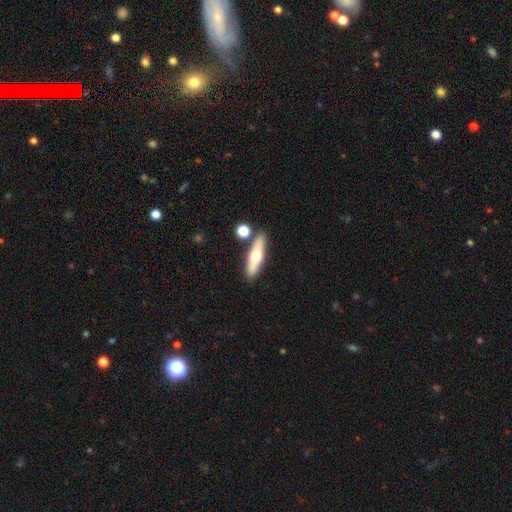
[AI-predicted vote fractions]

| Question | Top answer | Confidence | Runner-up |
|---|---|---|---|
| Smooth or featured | smooth | 47% | featured or disk (46%) |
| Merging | none | 79% | minor disturbance (10%) |